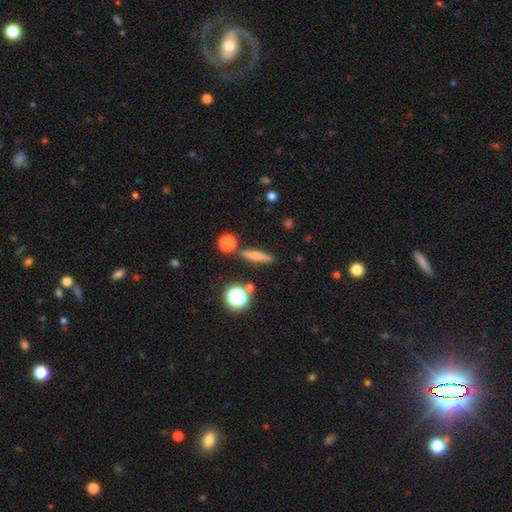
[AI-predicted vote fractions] Overall: smooth (64%; featured or disk 25%). How rounded: cigar-shaped (73%). Merging: none (83%).